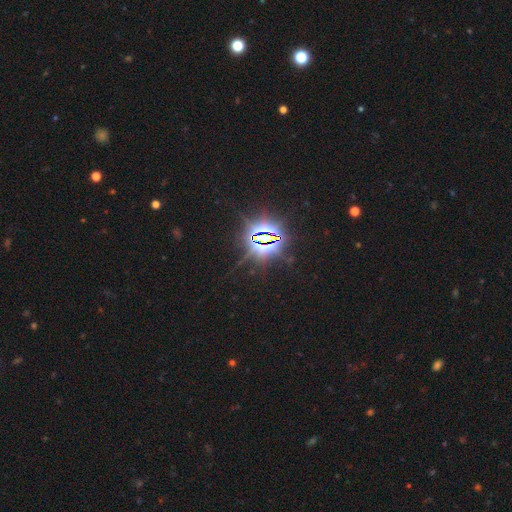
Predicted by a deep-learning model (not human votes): Smooth or featured: star or artifact — 86% (smooth — 9%)